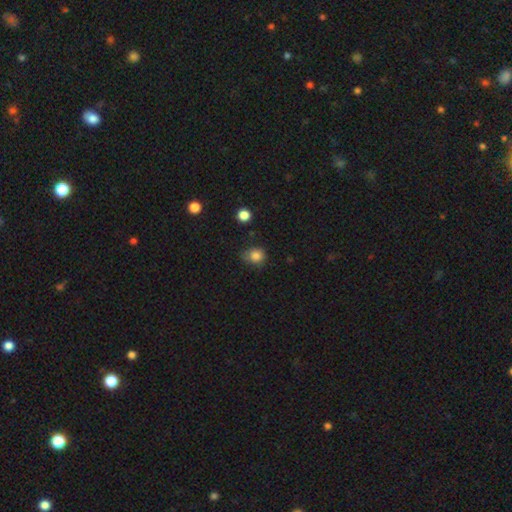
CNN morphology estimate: Q: Smooth or featured?
A: smooth (83%); runner-up: star or artifact (12%)
Q: How rounded?
A: round (72%); runner-up: in between (27%)
Q: Merging?
A: none (62%); runner-up: minor disturbance (29%)